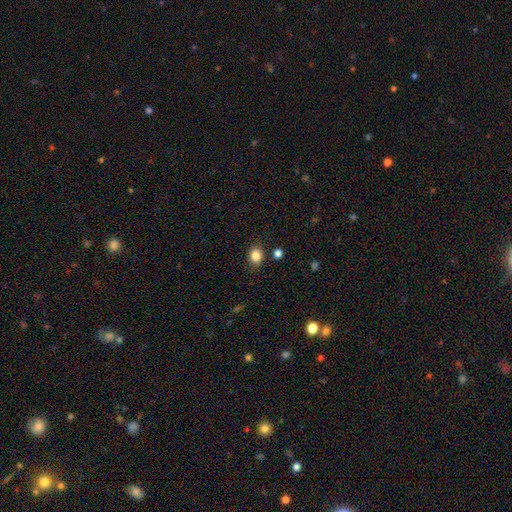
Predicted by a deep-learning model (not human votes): A smooth galaxy with no disk features (85%) that is round (54%). Merging: none (84%).